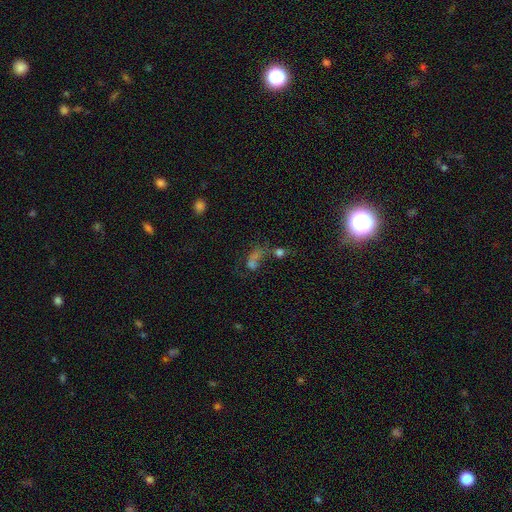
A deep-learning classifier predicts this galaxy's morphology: star or artifact 41%, smooth 37%, featured or disk 22%.